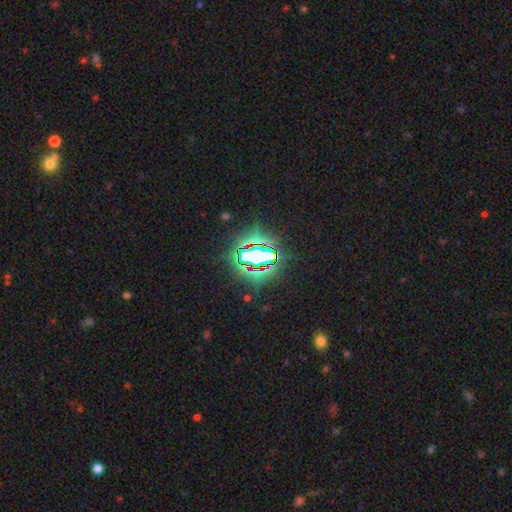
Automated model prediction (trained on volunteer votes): star or artifact 75%, smooth 14%, featured or disk 11%.